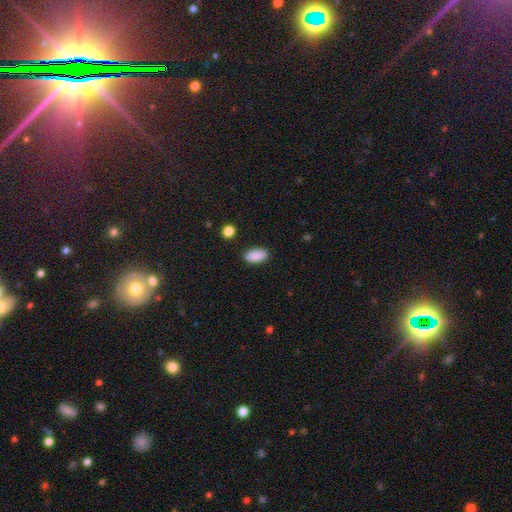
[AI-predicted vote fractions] Morphology: type=smooth (88%); roundness=in between (92%); merging=none (86%).